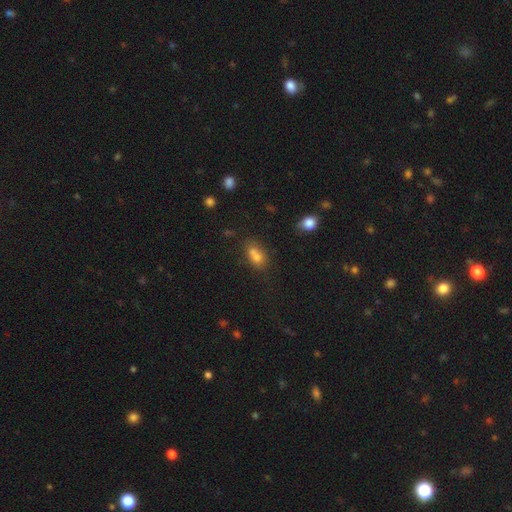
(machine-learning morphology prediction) This appears to be a smooth galaxy with no disk features (72%) that is in between round and cigar-shaped (70%). Merging: merger (44%).